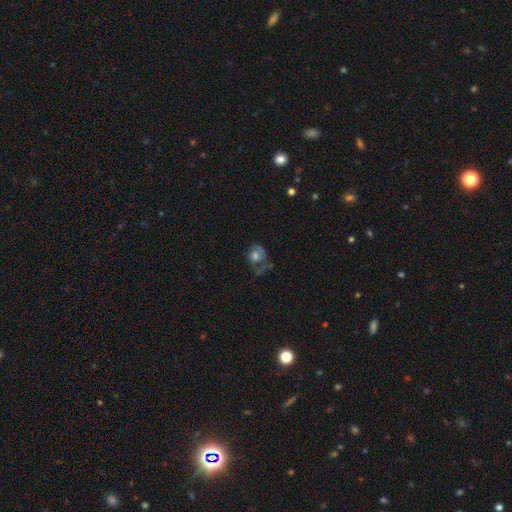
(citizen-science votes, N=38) This is possibly a smooth galaxy (58%). How rounded: likely in between (77%). Merging: possibly major disturbance (54%).